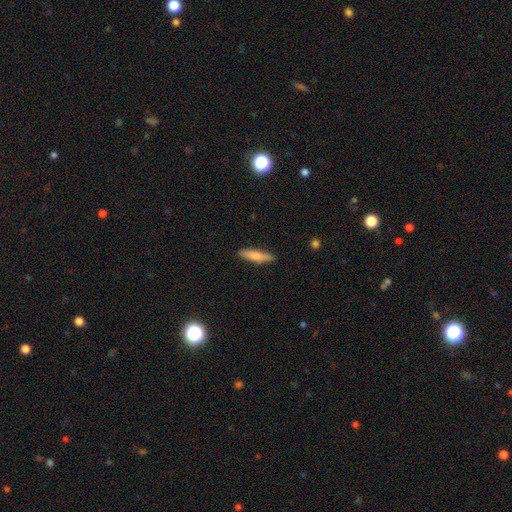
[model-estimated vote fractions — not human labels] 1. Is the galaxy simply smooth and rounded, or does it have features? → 77% smooth, 17% featured or disk, 6% star or artifact.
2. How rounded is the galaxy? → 79% cigar-shaped, 19% in between, 2% round.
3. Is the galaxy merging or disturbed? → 89% none, 8% minor disturbance, 2% major disturbance, 1% merger.